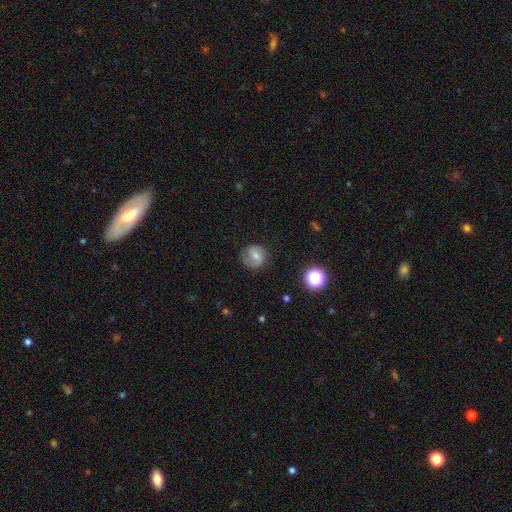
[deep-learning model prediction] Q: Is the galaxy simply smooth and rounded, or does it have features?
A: smooth — 49%.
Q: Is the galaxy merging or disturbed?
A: none — 76%.